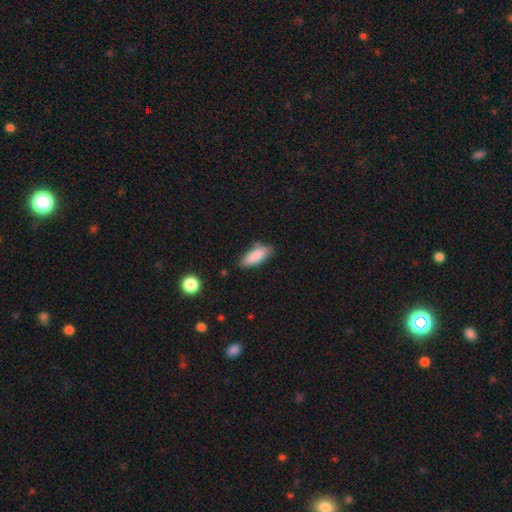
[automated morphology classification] This is clearly a smooth galaxy (86%). How rounded: likely in between (76%). Merging: likely none (74%).